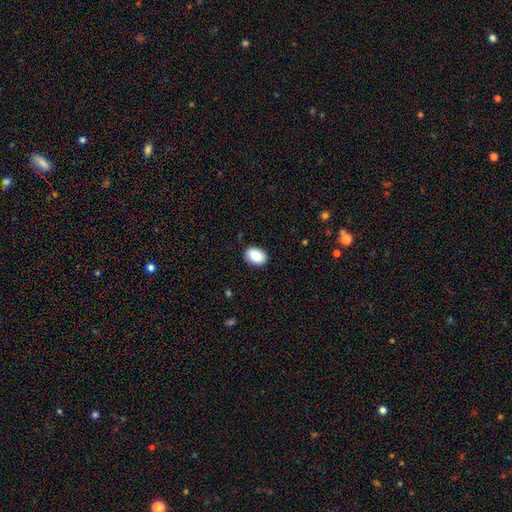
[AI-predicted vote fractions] smooth_or_featured: smooth (p=0.90) [alt: star or artifact p=0.07]
how_rounded: in between (p=0.84) [alt: round p=0.15]
merging: none (p=0.86) [alt: minor disturbance p=0.11]